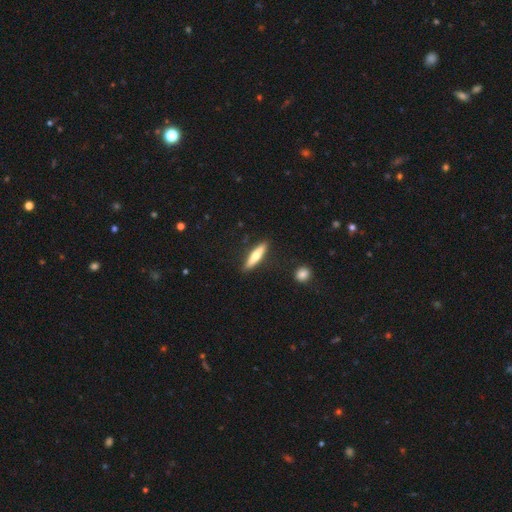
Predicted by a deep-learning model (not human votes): Q: Smooth or featured?
A: smooth (58%); runner-up: featured or disk (37%)
Q: How rounded?
A: cigar-shaped (81%); runner-up: in between (18%)
Q: Merging?
A: none (87%); runner-up: minor disturbance (9%)